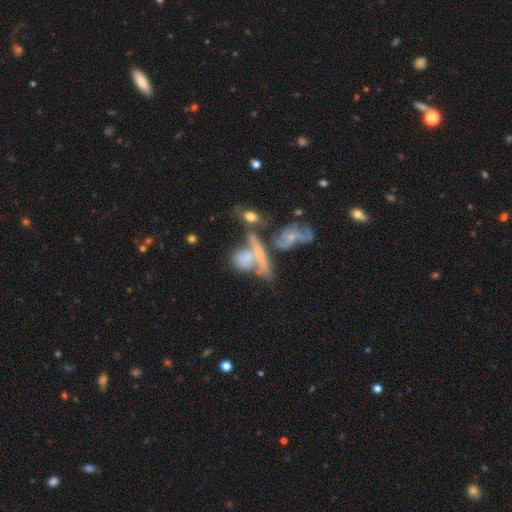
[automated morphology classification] The model was most divided on "smooth or featured": smooth: 42%, featured or disk: 41%, star or artifact: 16%. Remaining: merging — merger (48%).